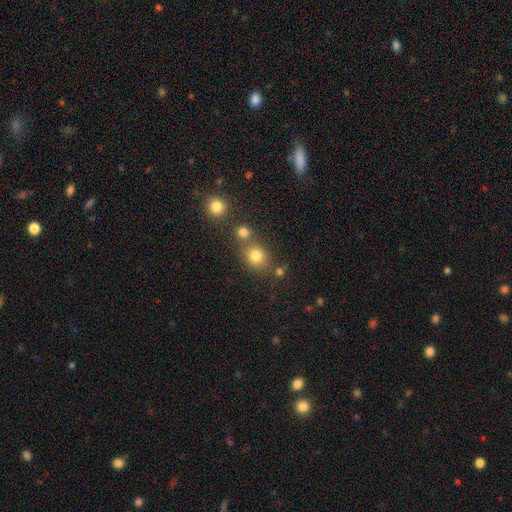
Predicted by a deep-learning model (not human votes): smooth-or-featured: smooth: 79% | star or artifact: 14% | featured or disk: 7%
  how-rounded: round: 74% | in between: 25% | cigar-shaped: 1%
  merging: none: 62% | merger: 23% | minor disturbance: 10% | major disturbance: 4%